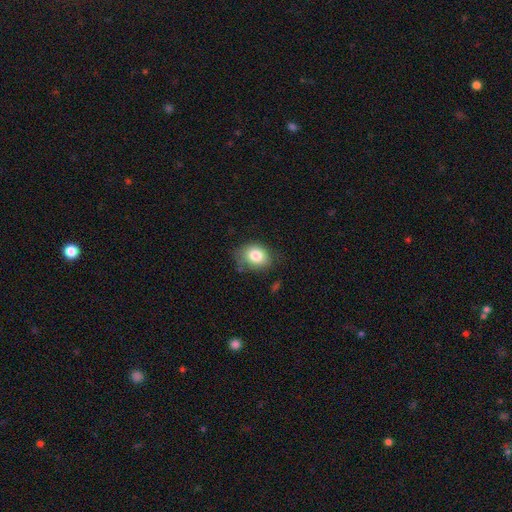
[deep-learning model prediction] Overall: smooth (82%). How rounded: in between (53%; round 46%). Merging: none (69%).